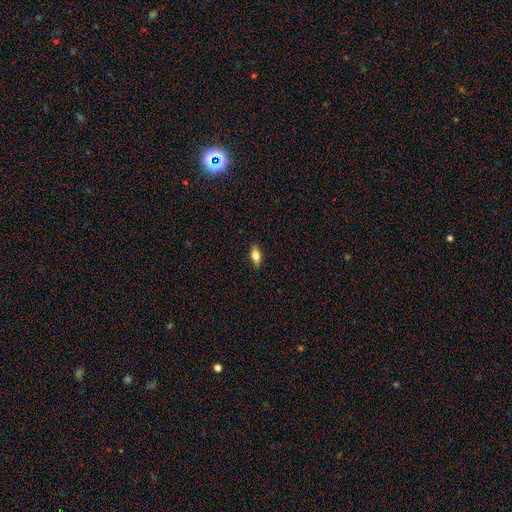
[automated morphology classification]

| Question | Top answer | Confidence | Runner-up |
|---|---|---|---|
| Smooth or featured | smooth | 73% | featured or disk (19%) |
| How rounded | in between | 83% | cigar-shaped (12%) |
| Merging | none | 87% | minor disturbance (10%) |